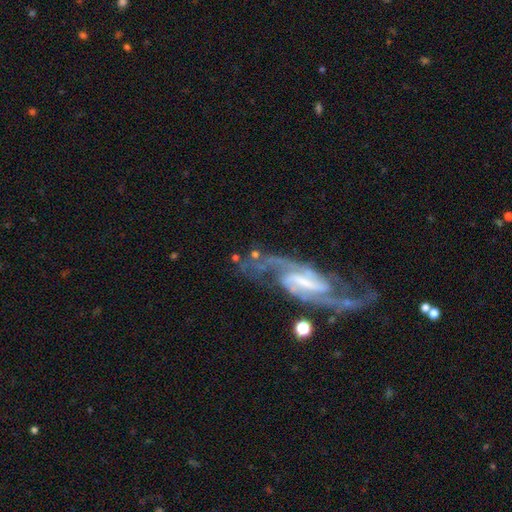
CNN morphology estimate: Smooth or featured? Predicted: featured or disk (p=0.87). Edge-on disk? Predicted: no (p=0.94). Bar? Predicted: strong (p=0.52). Spiral arms? Predicted: yes (p=0.96). Spiral winding? Predicted: medium (p=0.53). Spiral arm count? Predicted: 2 (p=0.87). Bulge size? Predicted: small (p=0.39). Merging? Predicted: none (p=0.60).